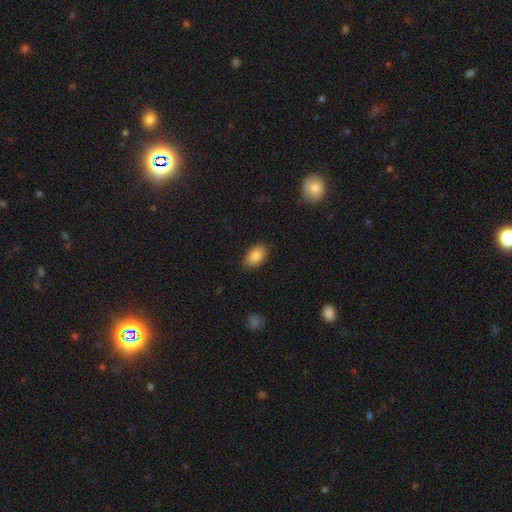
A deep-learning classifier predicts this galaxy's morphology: smooth 86%, star or artifact 8%, featured or disk 6%. Down the decision tree: how rounded — in between (90%); merging — none (84%).